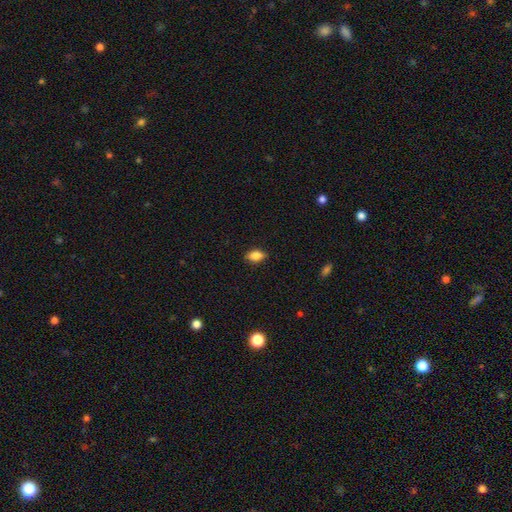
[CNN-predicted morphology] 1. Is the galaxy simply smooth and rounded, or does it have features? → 84% smooth, 8% star or artifact, 8% featured or disk.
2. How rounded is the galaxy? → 85% in between, 11% round, 3% cigar-shaped.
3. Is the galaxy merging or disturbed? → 84% none, 13% minor disturbance, 2% major disturbance, 1% merger.